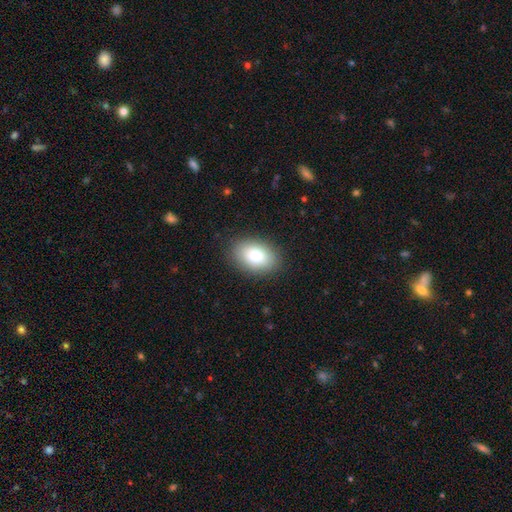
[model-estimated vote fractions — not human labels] This appears to be a smooth galaxy with no disk features (85%) that is in between round and cigar-shaped (88%). Merging: none (87%).